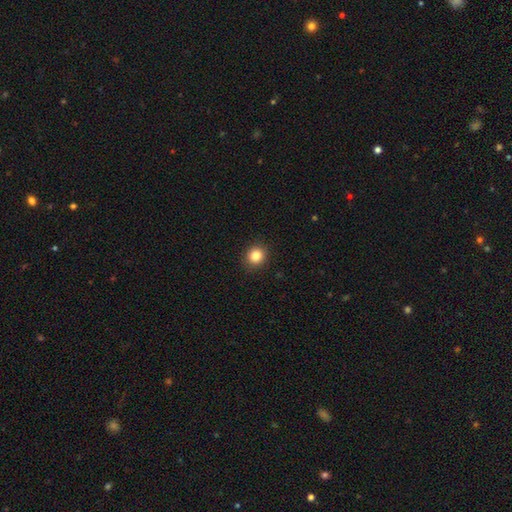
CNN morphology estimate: A smooth galaxy with no disk features (85%) that is round (84%). Merging: none (91%).